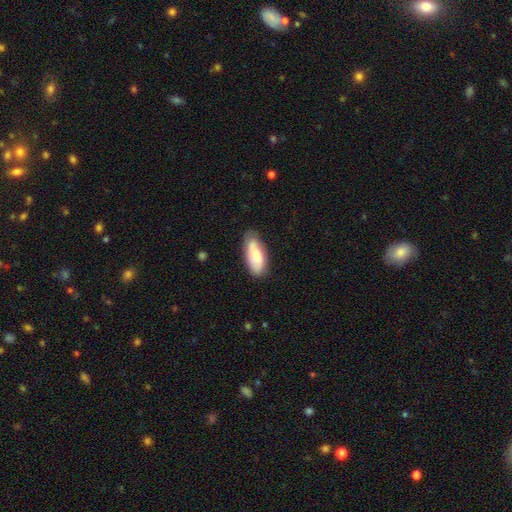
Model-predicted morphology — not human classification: The model was most divided on "smooth or featured": smooth: 71%, featured or disk: 23%, star or artifact: 6%. More confident: how rounded — in between (81%); merging — none (71%).